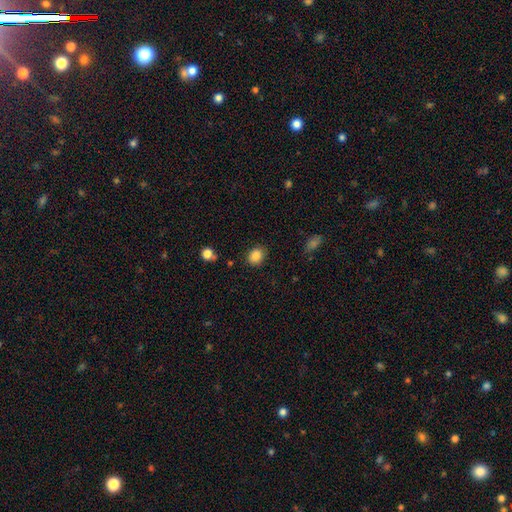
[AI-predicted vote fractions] Overall: smooth (86%). How rounded: round (55%; in between 44%). Merging: none (85%).